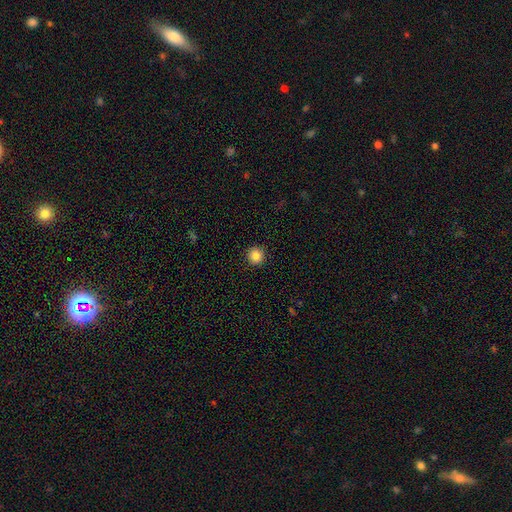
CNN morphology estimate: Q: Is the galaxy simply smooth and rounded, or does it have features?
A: smooth — 85%.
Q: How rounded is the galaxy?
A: round — 94%.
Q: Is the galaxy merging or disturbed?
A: none — 92%.